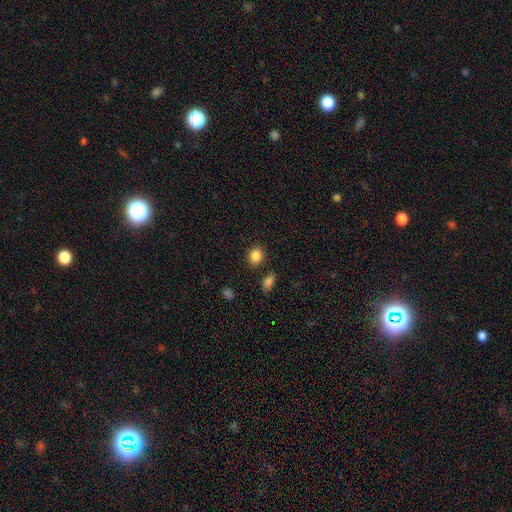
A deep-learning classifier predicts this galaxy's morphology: Smooth or featured: smooth — 86% (star or artifact — 10%)
How rounded: round — 71% (in between — 28%)
Merging: none — 84% (minor disturbance — 8%)